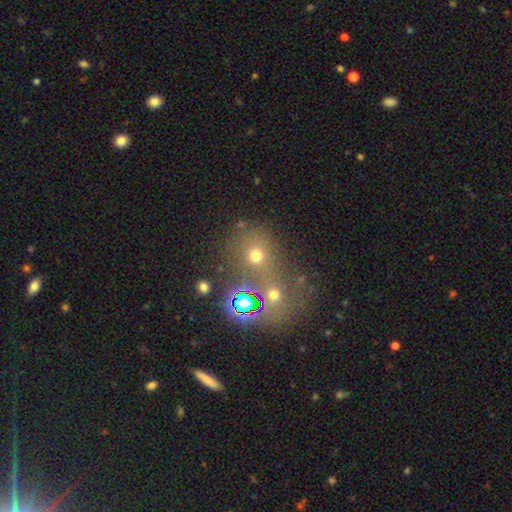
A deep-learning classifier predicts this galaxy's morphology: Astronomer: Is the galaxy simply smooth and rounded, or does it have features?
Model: smooth — 61%.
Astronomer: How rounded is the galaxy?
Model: round — 78%.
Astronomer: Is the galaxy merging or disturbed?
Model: none — 54% (runner-up: merger, 30%).